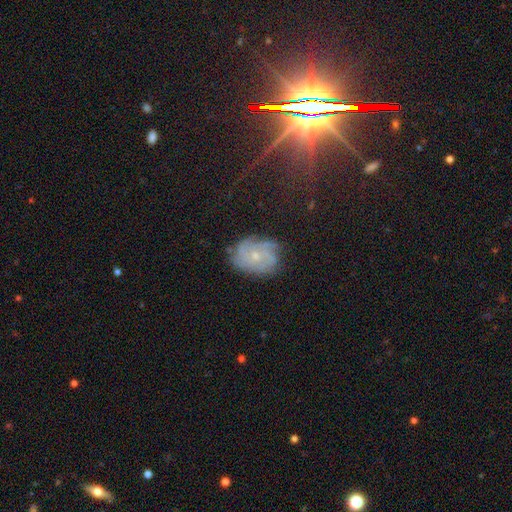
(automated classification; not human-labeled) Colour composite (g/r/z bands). It shows a featured or disk galaxy (72%) with no bar (80%), tight (59%) spiral arms (93%) and a small central bulge (71%). Merging: none (73%).